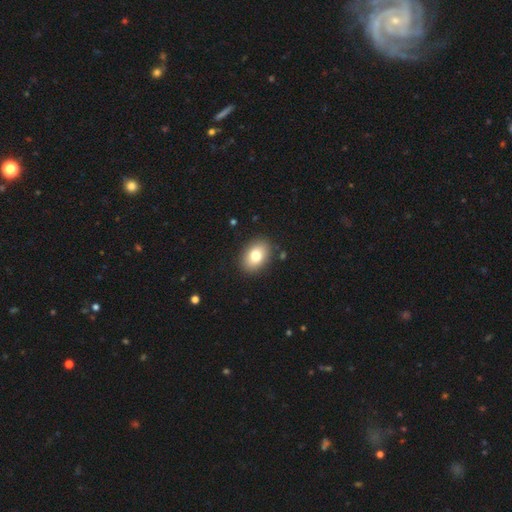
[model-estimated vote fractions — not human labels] A smooth galaxy with no disk features (79%) that is in between round and cigar-shaped (80%).

Vote fractions:
- Smooth or featured? smooth: 79% / featured or disk: 13% / star or artifact: 8%
- How rounded? in between: 80% / round: 19% / cigar-shaped: 1%
- Merging? none: 88% / minor disturbance: 8% / major disturbance: 2% / merger: 1%